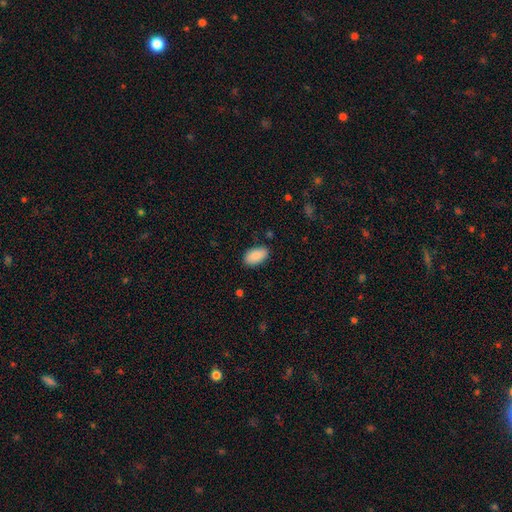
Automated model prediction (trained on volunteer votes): Morphology: type=smooth (90%); roundness=in between (95%); merging=none (85%).